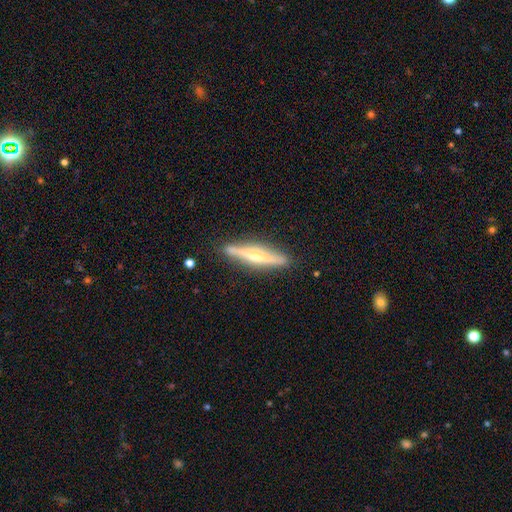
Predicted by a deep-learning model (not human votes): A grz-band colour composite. It shows a featured or disk galaxy (67%) viewed edge-on (95%) with a rounded central bulge (74%). Merging: none (86%).